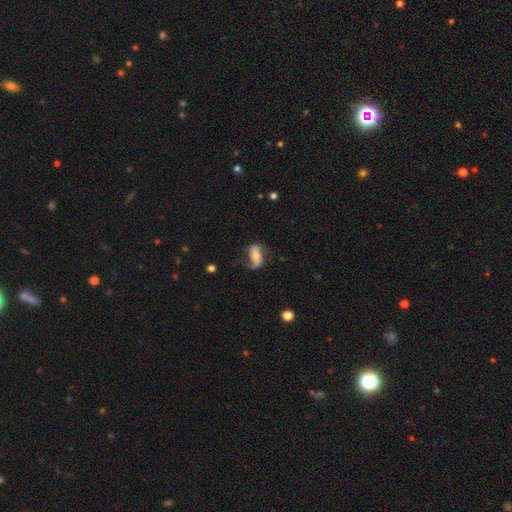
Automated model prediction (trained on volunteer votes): Morphology: type=featured or disk (69%); edge-on=no (93%); bar=strong (39%); spiral arms=yes (90%); winding=loose (61%); arm count=2 (89%); bulge=moderate (43%); merging=none (65%).